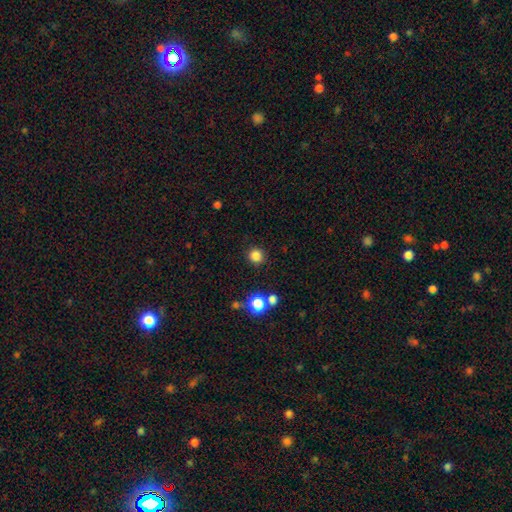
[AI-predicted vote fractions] This is clearly a smooth galaxy (84%). How rounded: clearly round (93%). Merging: clearly none (90%).